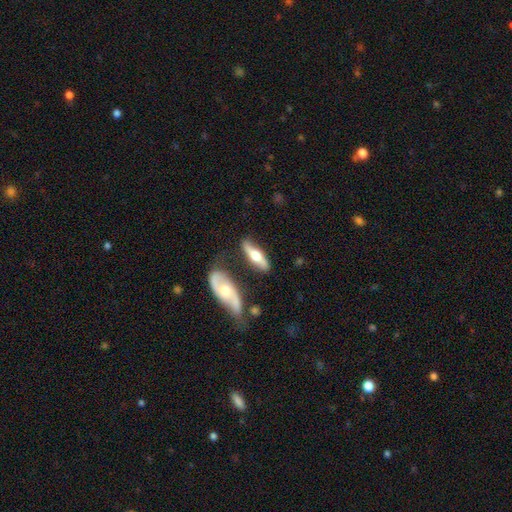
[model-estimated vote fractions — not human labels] Overall: featured or disk (60%; smooth 35%). Edge-on disk: yes (71%). Merging: none (69%).